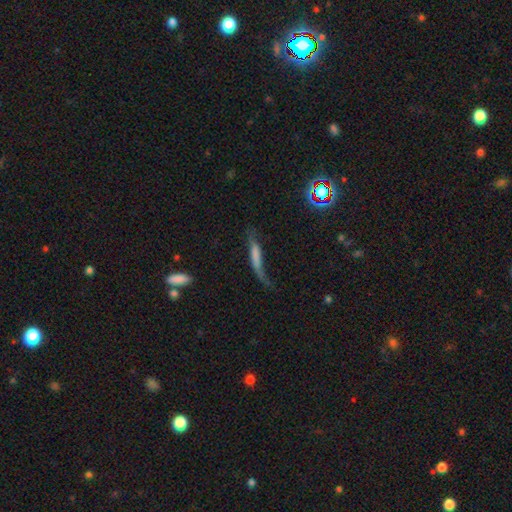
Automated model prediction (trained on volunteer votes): A smooth galaxy with no disk features (54%) that is cigar-shaped (79%). Merging: major disturbance (34%, tied with none).